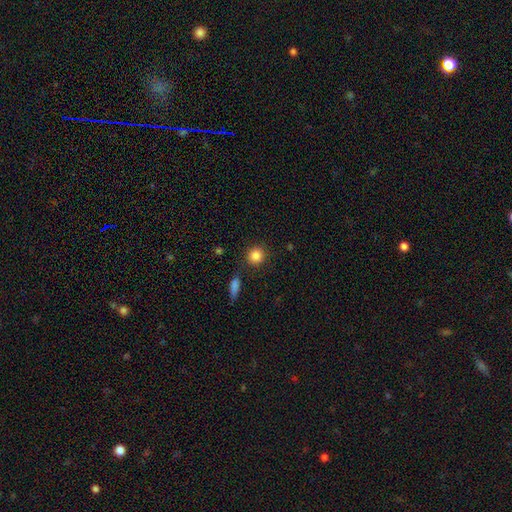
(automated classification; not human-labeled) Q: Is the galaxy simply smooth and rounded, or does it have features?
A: smooth — 86%.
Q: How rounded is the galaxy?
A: round — 90%.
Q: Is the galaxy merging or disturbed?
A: none — 85%.